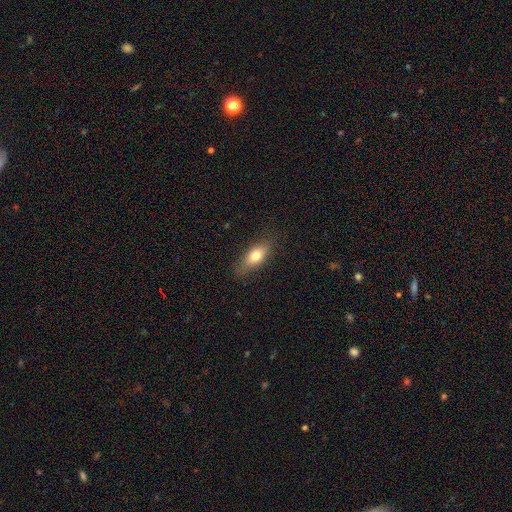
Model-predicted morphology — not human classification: Smooth or featured? smooth (73%)
How rounded? in between (76%)
Merging? none (79%)